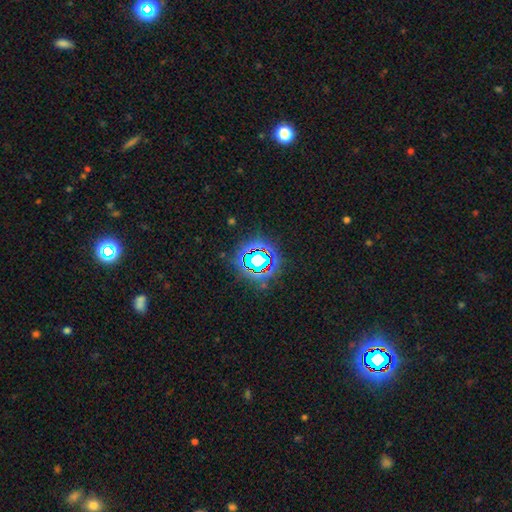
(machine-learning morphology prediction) Smooth or featured? star or artifact (68%)